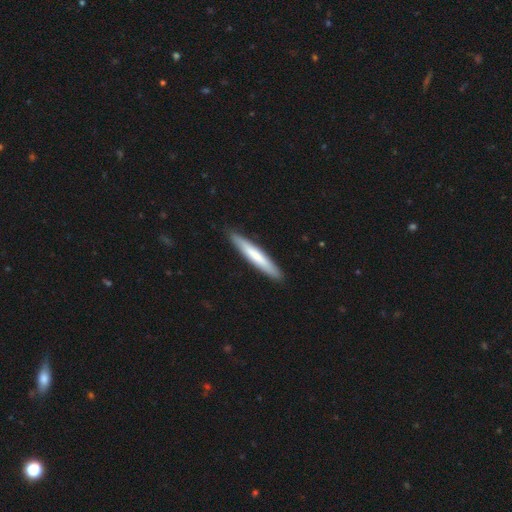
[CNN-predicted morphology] Smooth or featured: smooth — 67% (featured or disk — 29%)
How rounded: cigar-shaped — 94% (in between — 5%)
Merging: none — 90% (minor disturbance — 8%)